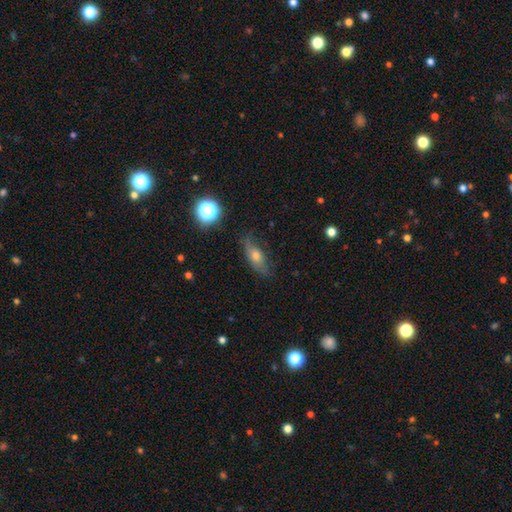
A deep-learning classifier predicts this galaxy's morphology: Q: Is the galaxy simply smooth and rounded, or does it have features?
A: smooth — 59%.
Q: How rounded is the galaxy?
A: in between — 66%.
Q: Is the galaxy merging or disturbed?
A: none — 71%.